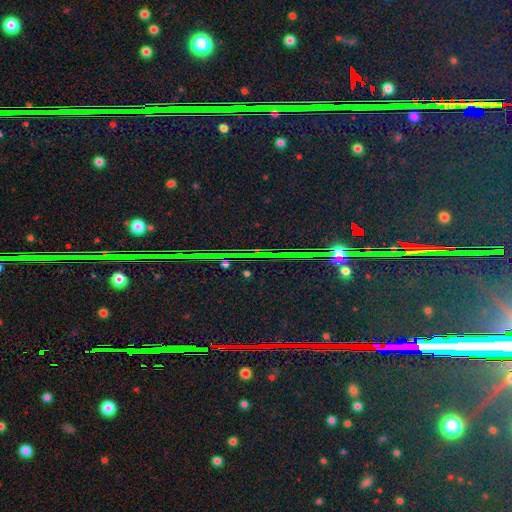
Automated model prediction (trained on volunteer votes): smooth_or_featured: star or artifact (p=0.85) [alt: featured or disk p=0.08]